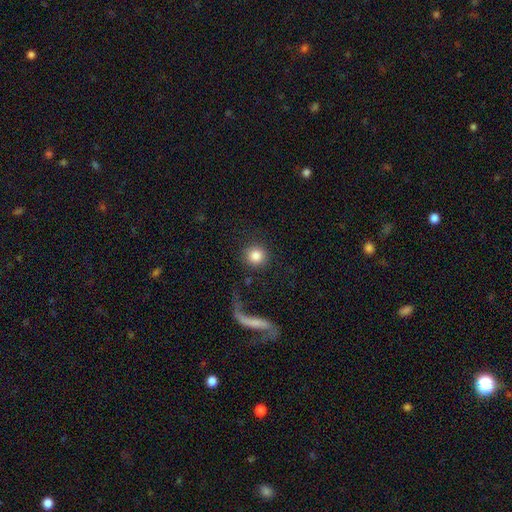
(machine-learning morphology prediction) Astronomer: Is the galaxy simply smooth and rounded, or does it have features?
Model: smooth — 83%.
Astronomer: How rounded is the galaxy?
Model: round — 93%.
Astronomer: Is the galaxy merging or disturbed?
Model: none — 79%.